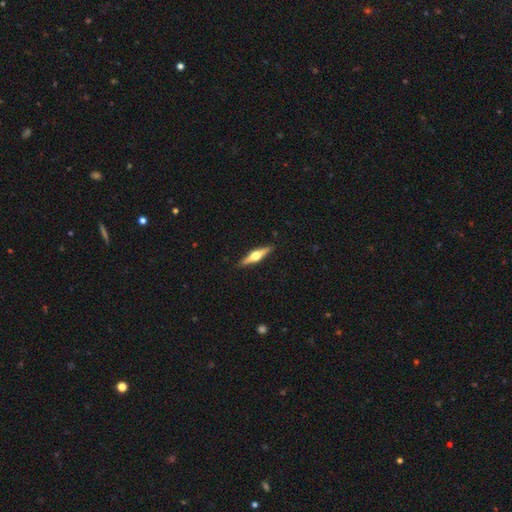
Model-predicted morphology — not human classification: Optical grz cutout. It shows a featured or disk galaxy (70%) viewed edge-on (97%) with a rounded central bulge (96%). Merging: none (91%).